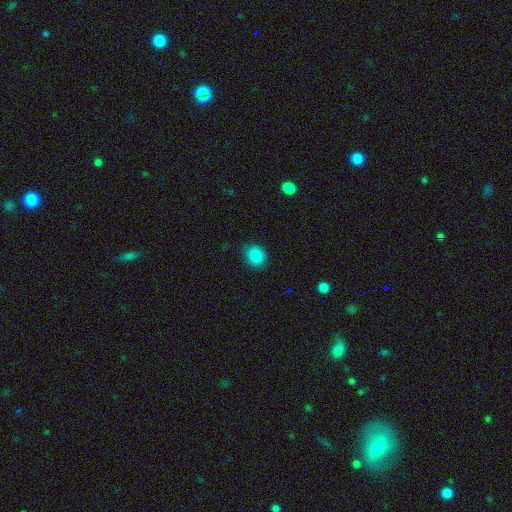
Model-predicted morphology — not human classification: This is clearly a smooth galaxy (87%). How rounded: possibly round (57%). Merging: clearly none (83%).